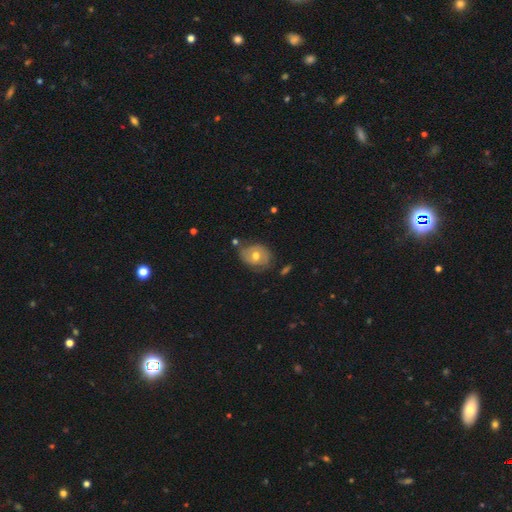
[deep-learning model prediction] This appears to be a featured or disk galaxy (46%, tied with smooth). Merging: none (62%).